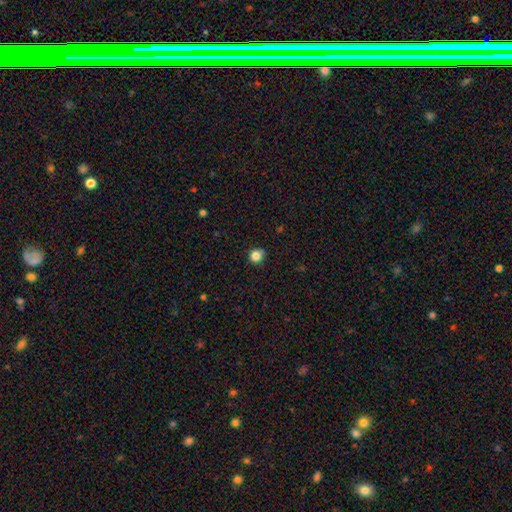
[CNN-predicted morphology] Smooth or featured: smooth — 83% (star or artifact — 12%)
How rounded: round — 89% (in between — 10%)
Merging: none — 77% (minor disturbance — 18%)